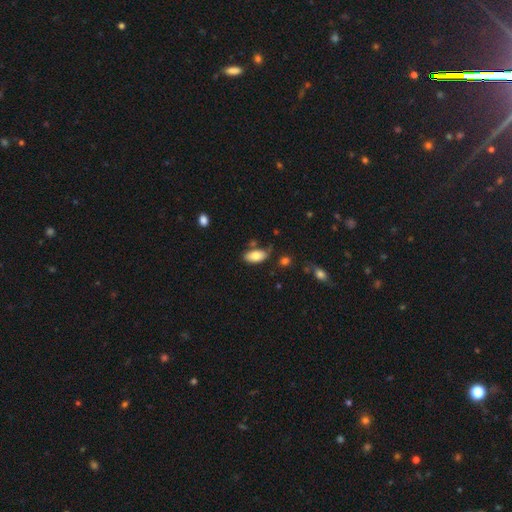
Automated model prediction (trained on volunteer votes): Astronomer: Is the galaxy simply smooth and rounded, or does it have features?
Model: smooth — 81%.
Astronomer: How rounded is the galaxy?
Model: in between — 93%.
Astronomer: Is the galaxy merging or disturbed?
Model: none — 67%.